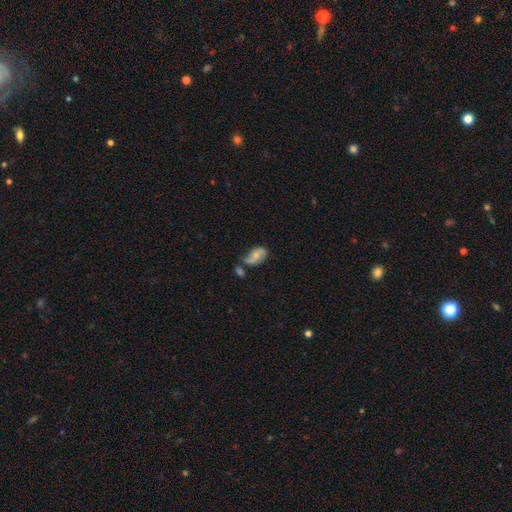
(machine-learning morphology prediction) The model was most divided on "smooth or featured": smooth: 50%, featured or disk: 42%, star or artifact: 8%. Remaining: merging — none (45%).